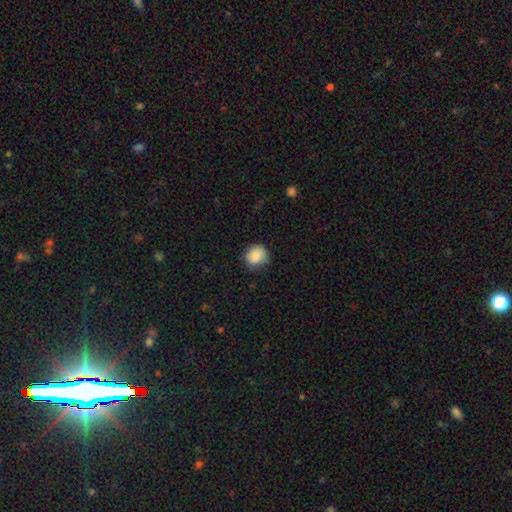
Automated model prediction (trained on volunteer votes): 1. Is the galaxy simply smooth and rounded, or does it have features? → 88% smooth, 8% star or artifact, 4% featured or disk.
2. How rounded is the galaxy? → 81% round, 18% in between, 1% cigar-shaped.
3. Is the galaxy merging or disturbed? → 81% none, 15% minor disturbance, 3% major disturbance, 1% merger.